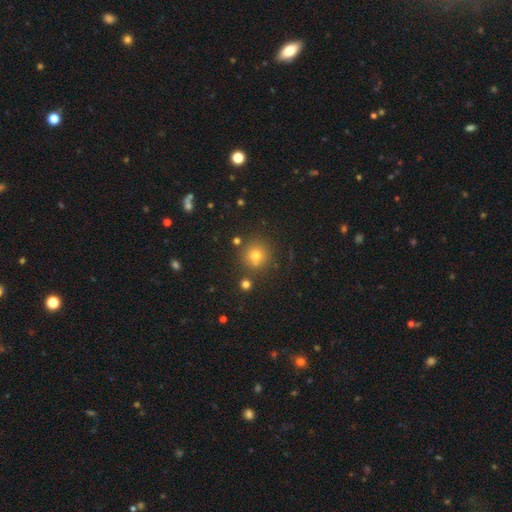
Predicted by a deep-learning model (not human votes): smooth-or-featured: smooth: 72% | star or artifact: 19% | featured or disk: 9%
  how-rounded: round: 93% | in between: 6% | cigar-shaped: 1%
  merging: none: 80% | minor disturbance: 9% | merger: 9% | major disturbance: 3%